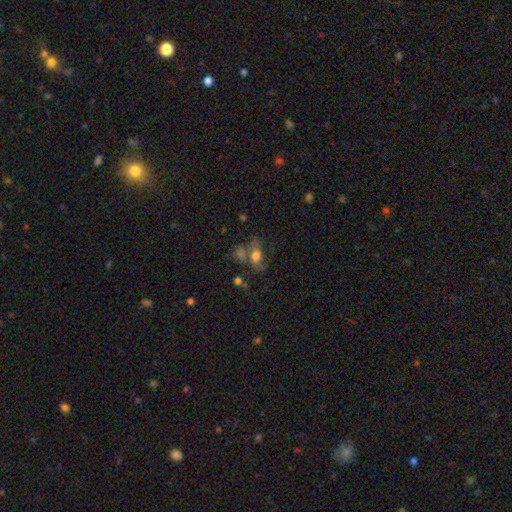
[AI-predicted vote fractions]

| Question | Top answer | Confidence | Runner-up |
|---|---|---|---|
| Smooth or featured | smooth | 57% | featured or disk (31%) |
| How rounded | in between | 74% | round (23%) |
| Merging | none | 37% | merger (28%) |